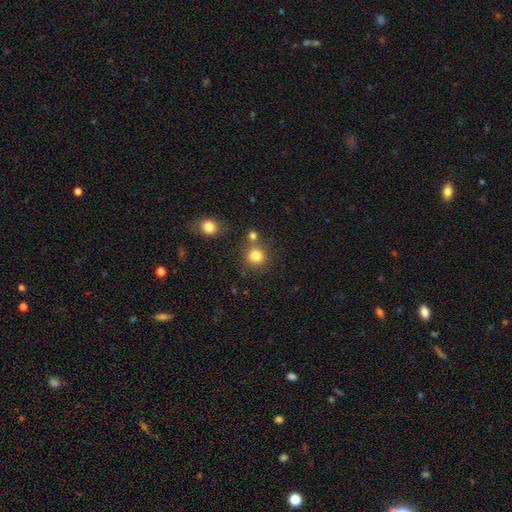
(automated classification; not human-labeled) This is clearly a smooth galaxy (82%). How rounded: clearly round (91%). Merging: likely none (74%).